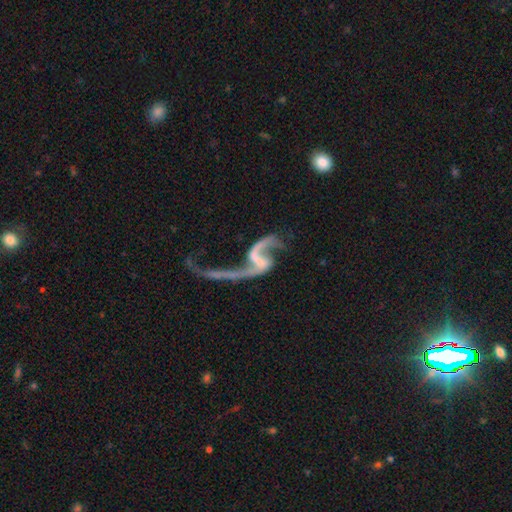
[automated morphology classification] Smooth or featured? featured or disk (87%)
Edge-on disk? no (96%)
Bar? no (38%)
Spiral arms? yes (88%)
Spiral winding? loose (91%)
Spiral arm count? 2 (87%)
Bulge size? none (62%)
Merging? none (36%, tied with major disturbance)